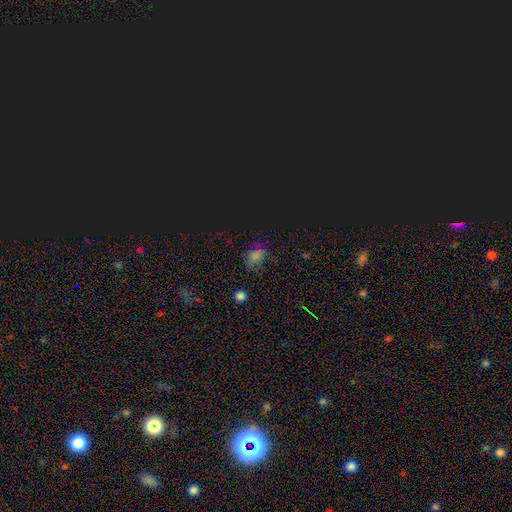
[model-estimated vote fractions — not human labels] Smooth or featured? smooth (52%)
How rounded? in between (66%)
Merging? none (73%)